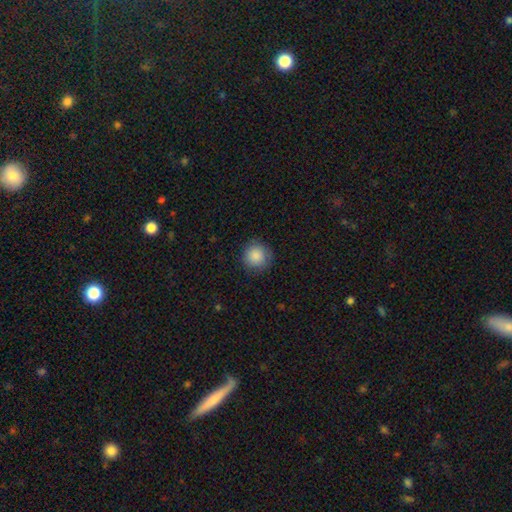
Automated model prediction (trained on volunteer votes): Smooth or featured?
  - smooth: 88% *
  - star or artifact: 8%
  - featured or disk: 4%
How rounded?
  - round: 95% *
  - in between: 4%
  - cigar-shaped: 1%
Merging?
  - none: 87% *
  - minor disturbance: 9%
  - major disturbance: 3%
  - merger: 1%